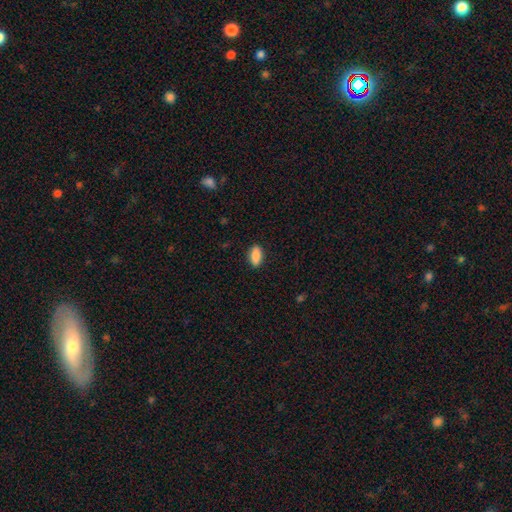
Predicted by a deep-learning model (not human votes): Smooth or featured?
  - smooth: 88% *
  - star or artifact: 7%
  - featured or disk: 5%
How rounded?
  - in between: 86% *
  - cigar-shaped: 11%
  - round: 3%
Merging?
  - none: 88% *
  - minor disturbance: 9%
  - major disturbance: 2%
  - merger: 1%